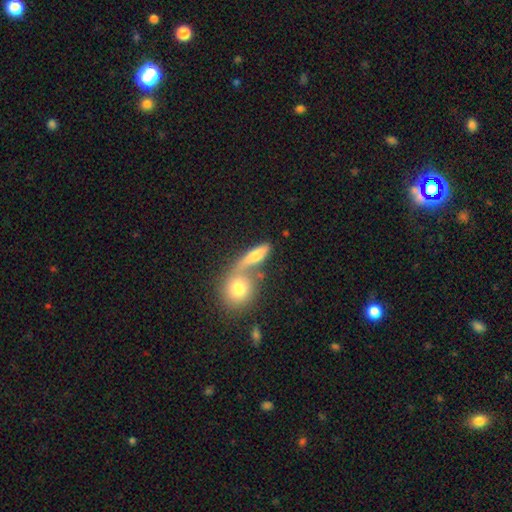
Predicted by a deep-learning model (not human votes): The model was most divided on "merging": merger: 43%, none: 40%, minor disturbance: 10%, major disturbance: 7%. Remaining: smooth or featured — smooth (61%); how rounded — in between (46%).